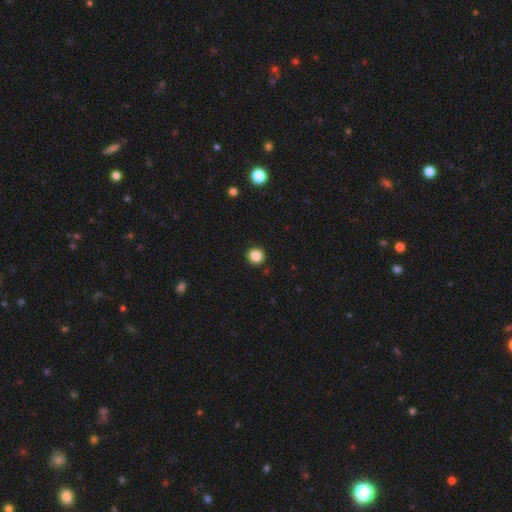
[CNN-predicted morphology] A smooth galaxy with no disk features (86%) that is round (96%). Merging: none (93%).